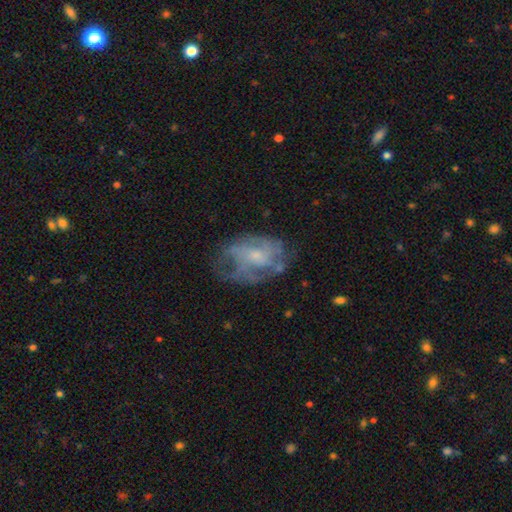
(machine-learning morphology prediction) smooth-or-featured: featured or disk: 69% | smooth: 22% | star or artifact: 9%
  disk-edge-on: no: 97% | yes: 3%
    bar: no: 70% | weak: 26% | strong: 4%
    has-spiral-arms: yes: 67% | no: 33%
    bulge-size: small: 55% | moderate: 31% | none: 11% | large: 2% | dominant: 1%
  merging: none: 55% | minor disturbance: 24% | major disturbance: 19% | merger: 2%